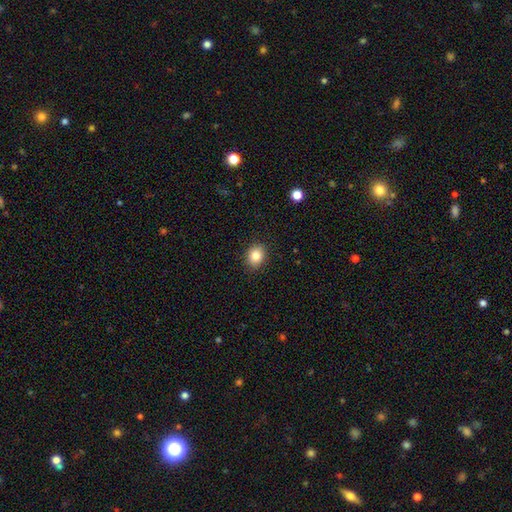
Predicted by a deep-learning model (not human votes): Q: Smooth or featured?
A: smooth (83%); runner-up: star or artifact (10%)
Q: How rounded?
A: round (55%); runner-up: in between (44%)
Q: Merging?
A: none (89%); runner-up: minor disturbance (8%)